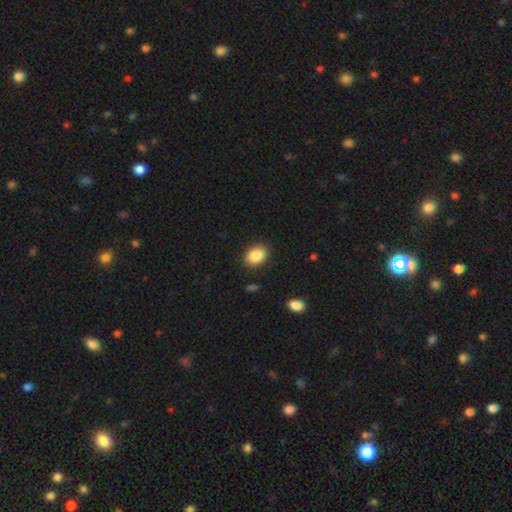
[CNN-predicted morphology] Q: Smooth or featured?
A: smooth (87%); runner-up: star or artifact (8%)
Q: How rounded?
A: in between (72%); runner-up: round (27%)
Q: Merging?
A: none (87%); runner-up: minor disturbance (9%)